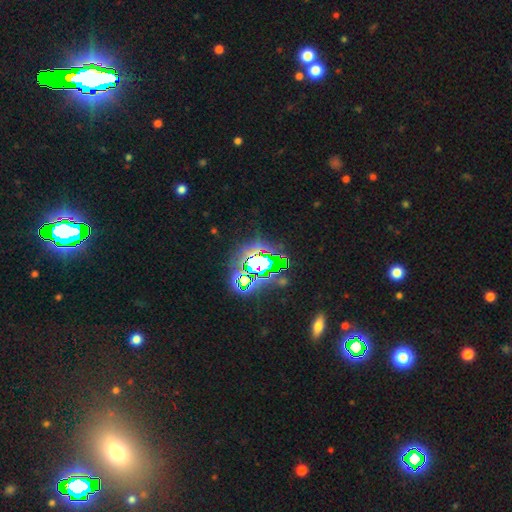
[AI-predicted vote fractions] This is likely a star or artifact rather than a galaxy (77%).